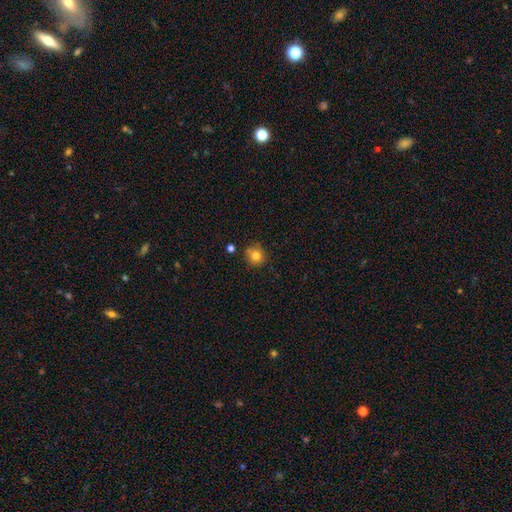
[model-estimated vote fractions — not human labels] Overall: smooth (81%). How rounded: round (88%). Merging: none (80%).